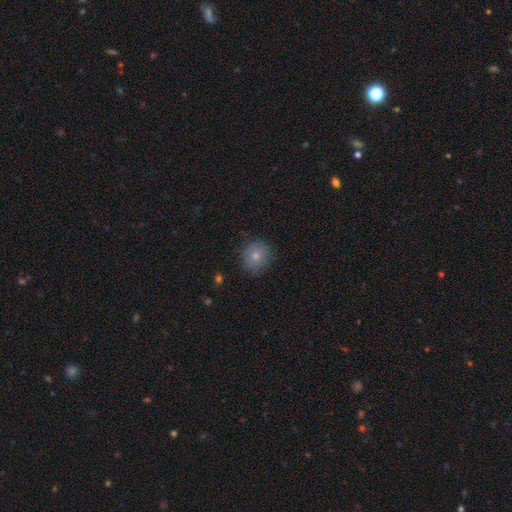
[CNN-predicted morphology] This is likely a smooth galaxy (78%). How rounded: clearly round (84%). Merging: clearly none (84%).